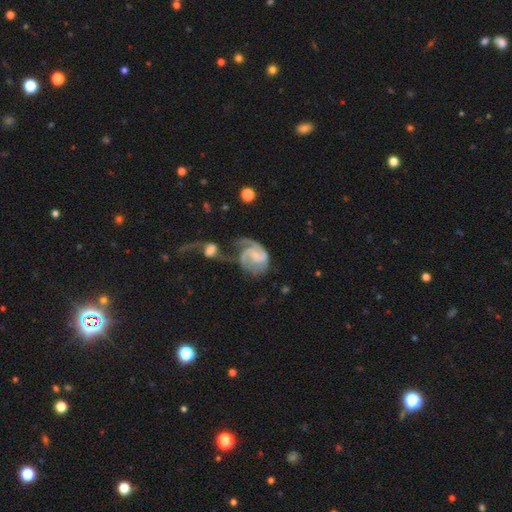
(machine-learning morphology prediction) smooth-or-featured: featured or disk: 81% | smooth: 13% | star or artifact: 6%
  disk-edge-on: no: 98% | yes: 2%
    bar: weak: 45% | no: 40% | strong: 15%
    has-spiral-arms: yes: 94% | no: 6%
      spiral-winding: medium: 43% | tight: 33% | loose: 24%
      spiral-arm-count: 2: 61% | 1: 18% | can't tell: 11% | 3: 7% | 4: 2% | more than 4: 2%
    bulge-size: none: 40% | small: 38% | moderate: 17% | large: 3% | dominant: 1%
  merging: major disturbance: 30% (tied) | merger: 30% (tied) | none: 23% | minor disturbance: 17%